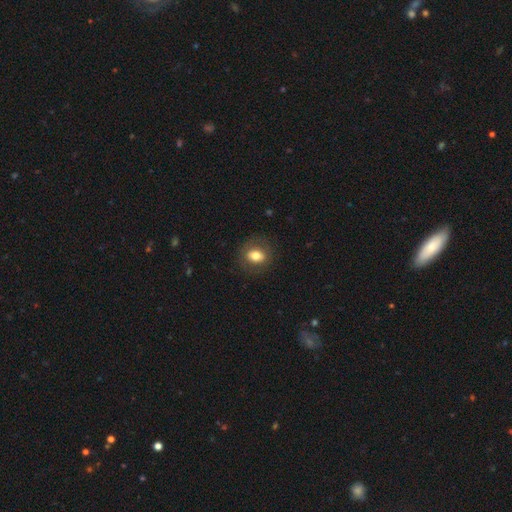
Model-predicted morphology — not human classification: Smooth or featured: smooth — 71% (featured or disk — 21%)
How rounded: in between — 50% (round — 48%)
Merging: none — 82% (minor disturbance — 12%)